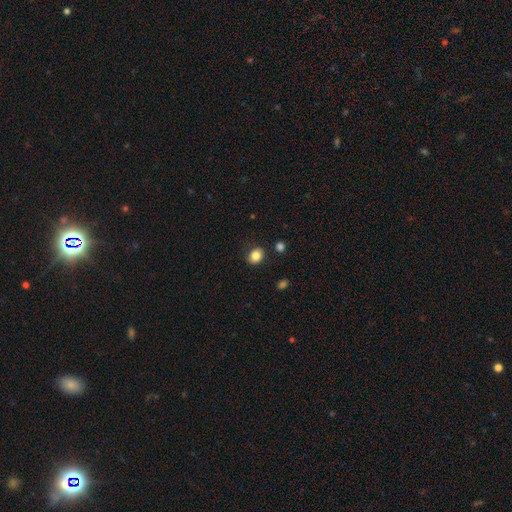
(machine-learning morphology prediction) This appears to be a smooth galaxy with no disk features (84%) that is round (58%). Merging: none (83%).